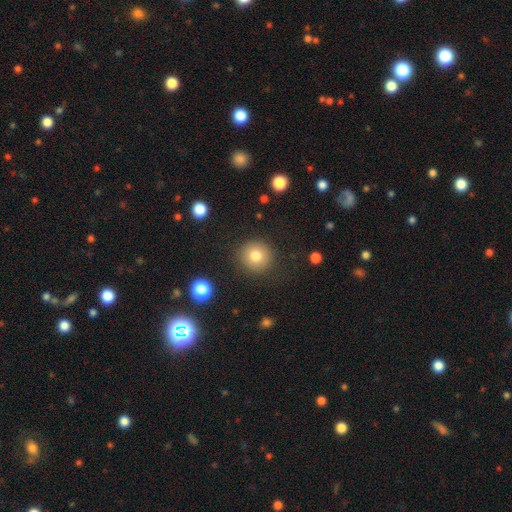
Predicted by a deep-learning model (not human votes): This is likely a smooth galaxy (79%). How rounded: clearly round (93%). Merging: clearly none (88%).